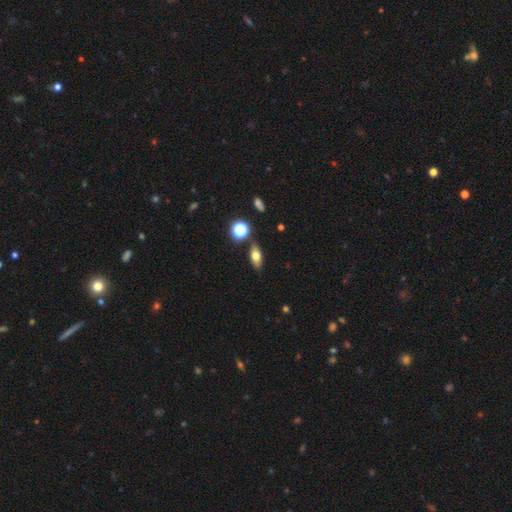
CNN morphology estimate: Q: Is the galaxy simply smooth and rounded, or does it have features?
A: smooth — 66%.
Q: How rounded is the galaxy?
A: in between — 74%.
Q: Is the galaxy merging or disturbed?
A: none — 83%.